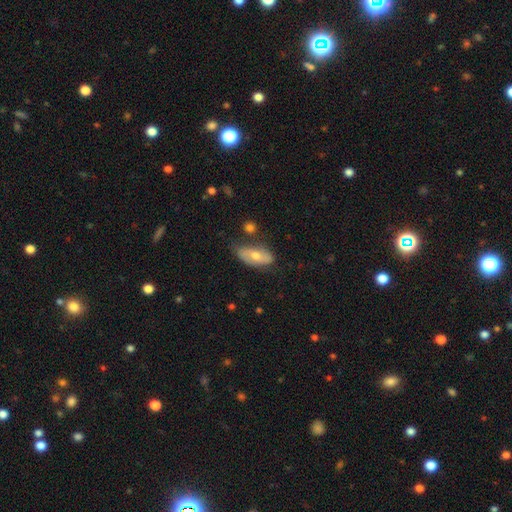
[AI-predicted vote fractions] The model was most divided on "smooth or featured": smooth: 55%, featured or disk: 38%, star or artifact: 6%. More confident: how rounded — in between (87%); merging — none (61%).